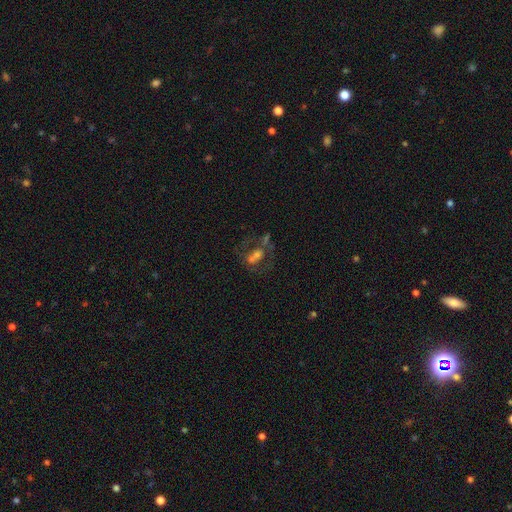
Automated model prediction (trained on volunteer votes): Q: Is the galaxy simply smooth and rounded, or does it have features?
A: featured or disk — 50%.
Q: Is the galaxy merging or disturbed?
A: none — 40%.